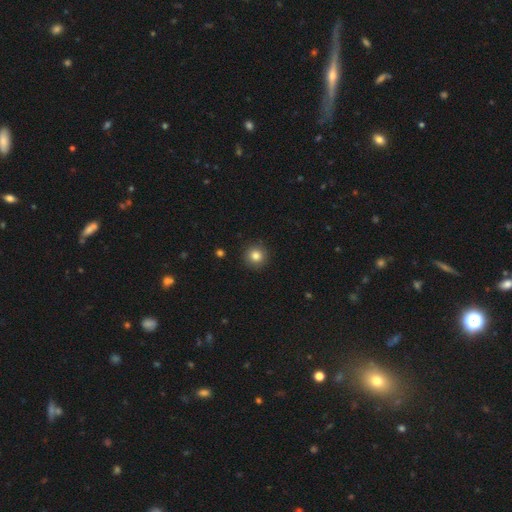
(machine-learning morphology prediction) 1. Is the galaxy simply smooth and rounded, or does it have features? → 83% smooth, 11% star or artifact, 6% featured or disk.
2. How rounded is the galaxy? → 95% round, 4% in between, 1% cigar-shaped.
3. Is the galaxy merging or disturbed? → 92% none, 5% minor disturbance, 2% major disturbance, 1% merger.